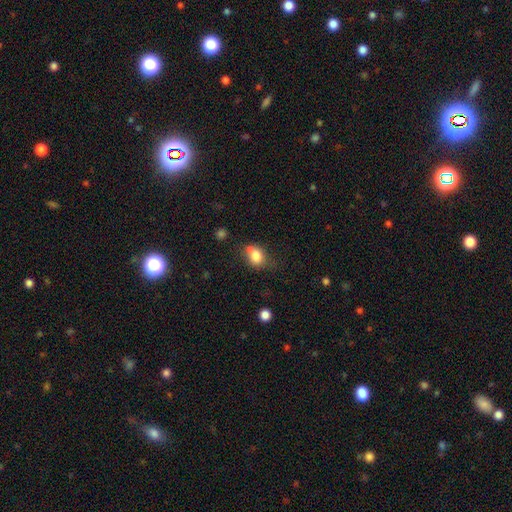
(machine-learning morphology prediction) This appears to be a smooth galaxy with no disk features (79%) that is in between round and cigar-shaped (59%). Merging: none (47%).